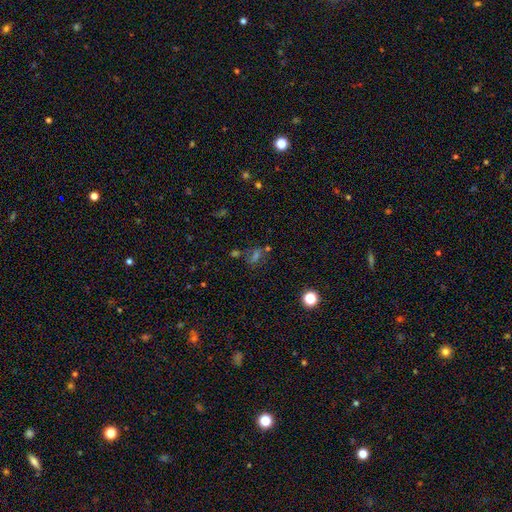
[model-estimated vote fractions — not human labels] star or artifact 44%, smooth 38%, featured or disk 17%.